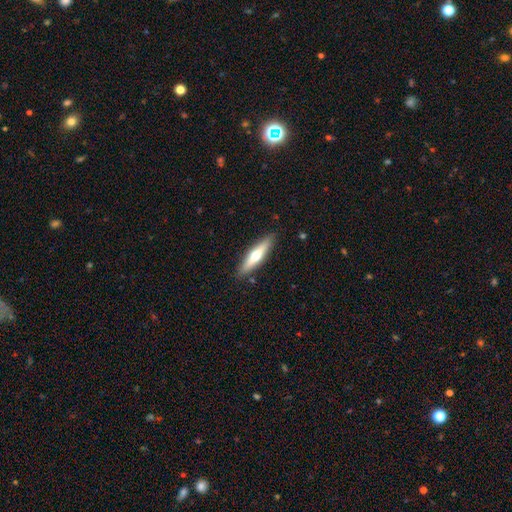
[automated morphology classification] smooth 48%, featured or disk 46%, star or artifact 5%. Down the decision tree: merging — none (88%).